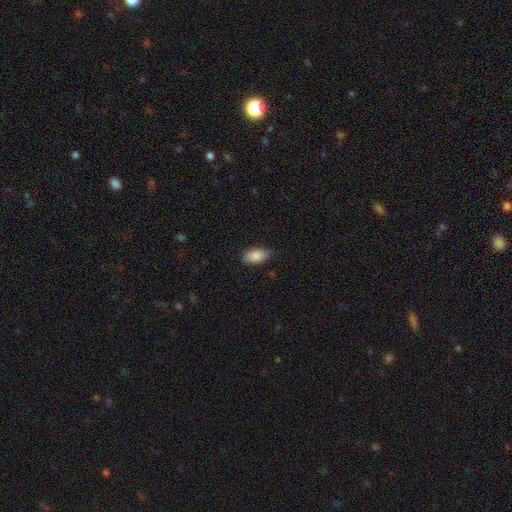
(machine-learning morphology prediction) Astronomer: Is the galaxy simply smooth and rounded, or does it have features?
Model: smooth — 87%.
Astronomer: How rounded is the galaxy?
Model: in between — 93%.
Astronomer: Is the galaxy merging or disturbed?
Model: none — 79%.